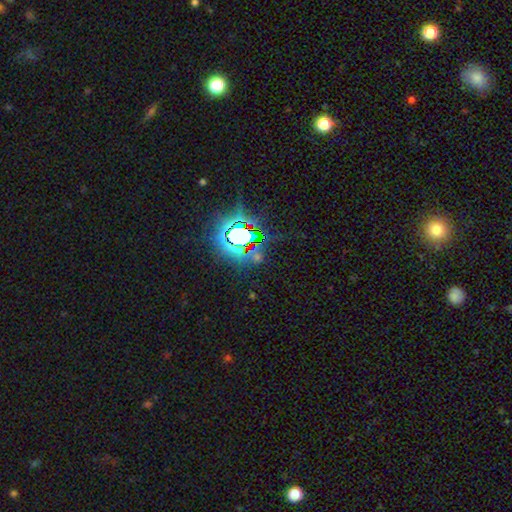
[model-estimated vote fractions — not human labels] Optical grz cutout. It shows a star or artifact, not a galaxy (77%).